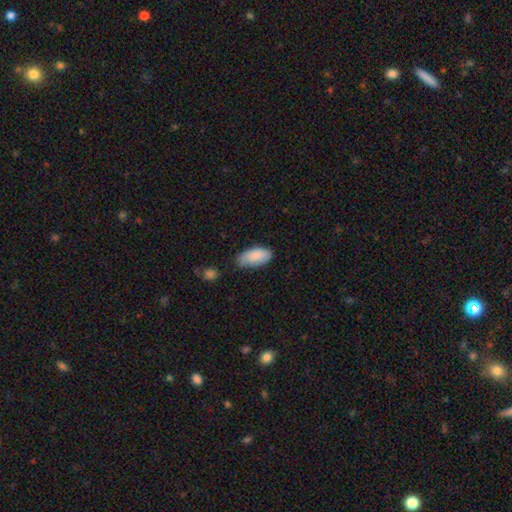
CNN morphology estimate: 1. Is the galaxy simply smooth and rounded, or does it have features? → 85% smooth, 9% featured or disk, 6% star or artifact.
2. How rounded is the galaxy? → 94% in between, 4% cigar-shaped, 2% round.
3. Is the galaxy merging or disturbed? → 57% none, 34% minor disturbance, 6% major disturbance, 3% merger.